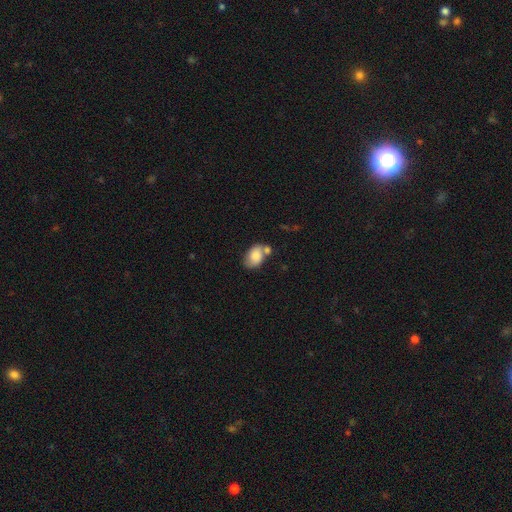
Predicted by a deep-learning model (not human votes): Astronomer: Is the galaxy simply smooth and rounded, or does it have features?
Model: smooth — 76%.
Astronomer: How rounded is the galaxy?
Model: in between — 82%.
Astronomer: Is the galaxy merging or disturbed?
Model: none — 42% (runner-up: merger, 31%).